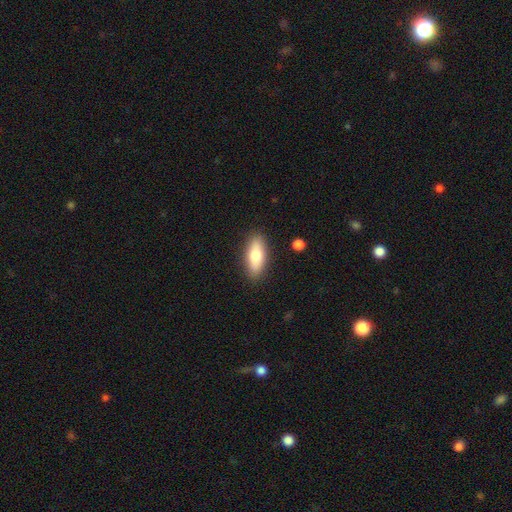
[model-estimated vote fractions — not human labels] smooth-or-featured: smooth: 74% | featured or disk: 20% | star or artifact: 6%
  how-rounded: in between: 70% | cigar-shaped: 28% | round: 3%
  merging: none: 87% | minor disturbance: 9% | major disturbance: 2% | merger: 2%